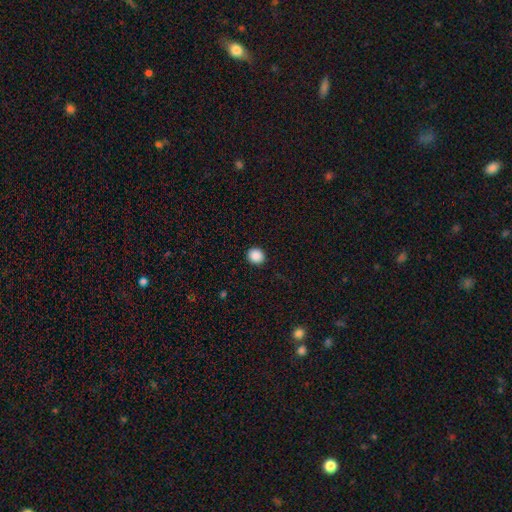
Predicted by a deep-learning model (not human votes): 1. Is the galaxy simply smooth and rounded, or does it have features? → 89% smooth, 9% star or artifact, 2% featured or disk.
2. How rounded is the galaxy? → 87% round, 12% in between, 1% cigar-shaped.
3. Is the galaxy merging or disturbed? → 92% none, 5% minor disturbance, 2% major disturbance, 1% merger.